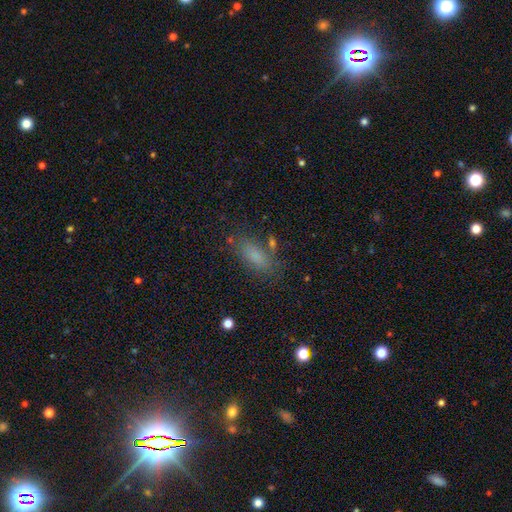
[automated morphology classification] smooth-or-featured: smooth: 78% | star or artifact: 13% | featured or disk: 10%
  how-rounded: in between: 73% | cigar-shaped: 23% | round: 4%
  merging: none: 75% | minor disturbance: 14% | major disturbance: 5% | merger: 5%